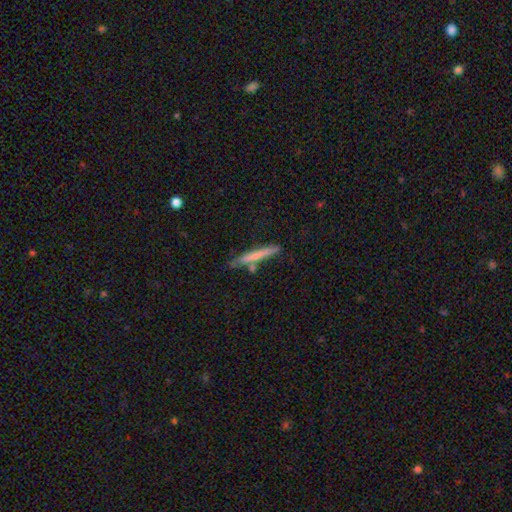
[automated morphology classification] The model was most divided on "smooth or featured": smooth: 60%, featured or disk: 34%, star or artifact: 6%. More confident: how rounded — cigar-shaped (95%); merging — none (74%).